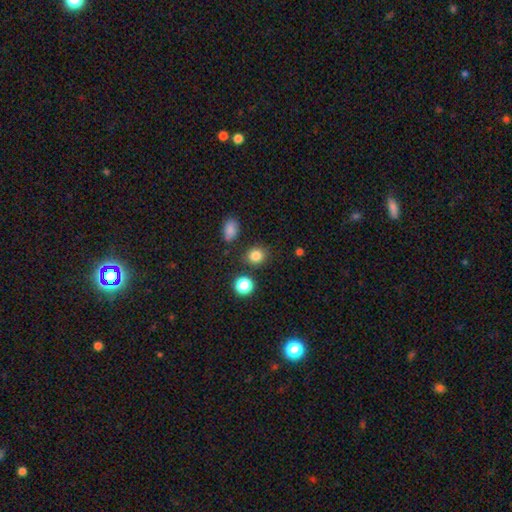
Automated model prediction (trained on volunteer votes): Smooth or featured? smooth (82%)
How rounded? round (75%)
Merging? none (84%)